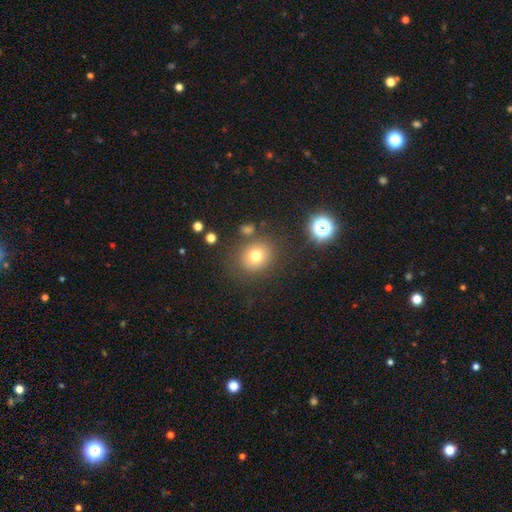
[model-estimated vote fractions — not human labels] Q: Smooth or featured?
A: smooth (75%); runner-up: star or artifact (14%)
Q: How rounded?
A: round (78%); runner-up: in between (21%)
Q: Merging?
A: none (79%); runner-up: minor disturbance (10%)